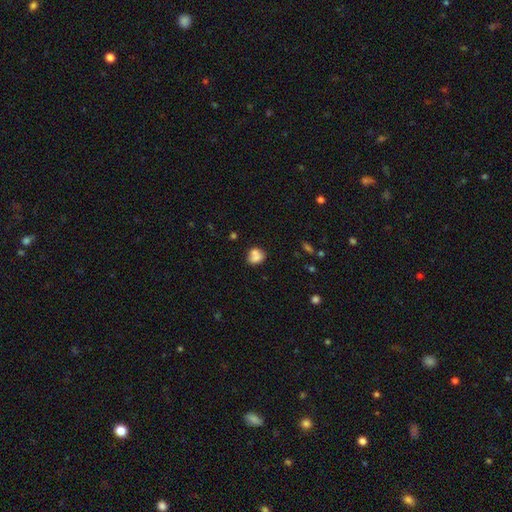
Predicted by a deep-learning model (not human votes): This is likely a smooth galaxy (74%). How rounded: possibly round (54%). Merging: marginally merger (45%).